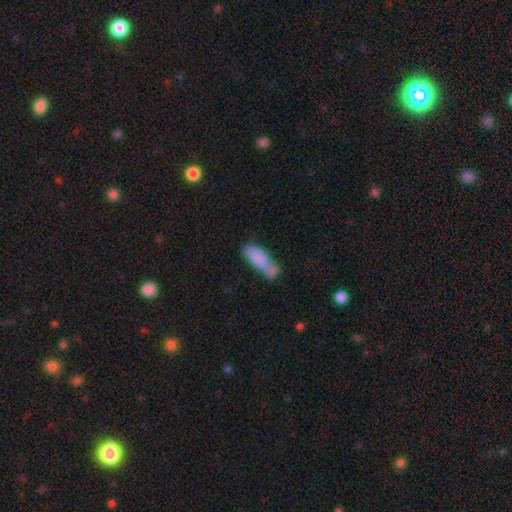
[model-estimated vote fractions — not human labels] Smooth or featured? smooth (80%)
How rounded? in between (61%)
Merging? none (42%)